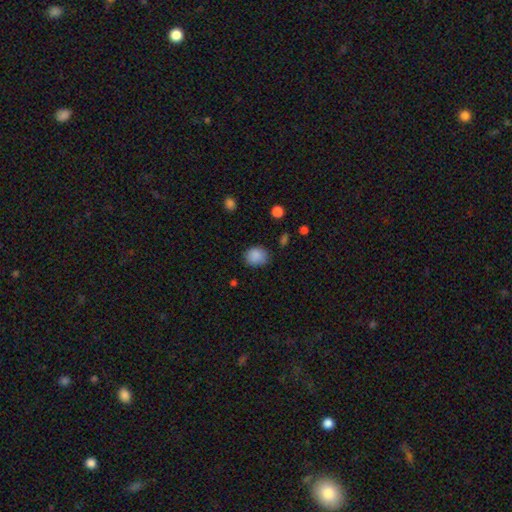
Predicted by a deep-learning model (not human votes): smooth_or_featured: smooth (p=0.87) [alt: star or artifact p=0.09]
how_rounded: round (p=0.66) [alt: in between p=0.33]
merging: none (p=0.79) [alt: minor disturbance p=0.16]